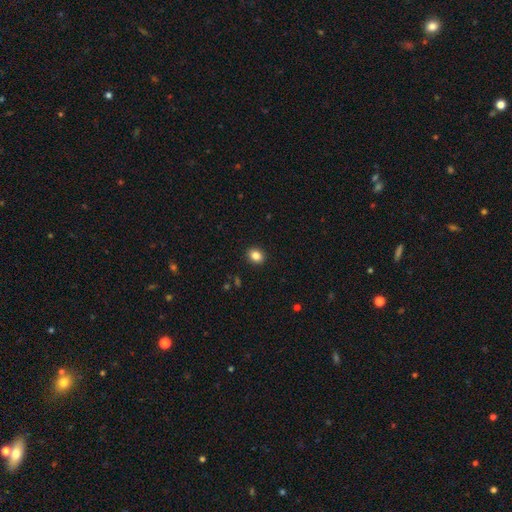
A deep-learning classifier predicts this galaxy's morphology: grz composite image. It shows a smooth galaxy with no disk features (85%) that is round (56%). Merging: none (92%).